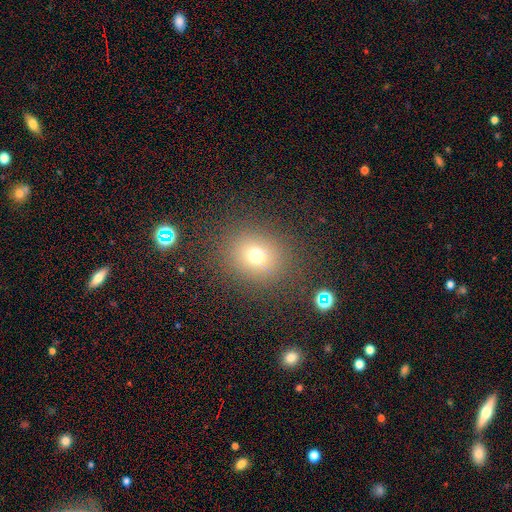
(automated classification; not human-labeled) Smooth or featured?
  - smooth: 71% *
  - star or artifact: 19%
  - featured or disk: 10%
How rounded?
  - round: 75% *
  - in between: 24%
  - cigar-shaped: 1%
Merging?
  - none: 85% *
  - minor disturbance: 8%
  - major disturbance: 5%
  - merger: 2%